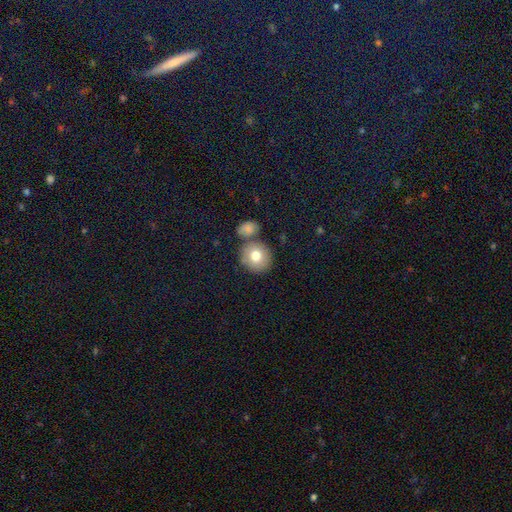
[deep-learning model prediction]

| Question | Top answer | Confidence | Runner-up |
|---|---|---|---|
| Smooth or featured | smooth | 76% | featured or disk (15%) |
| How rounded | round | 85% | in between (14%) |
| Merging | none | 66% | merger (20%) |